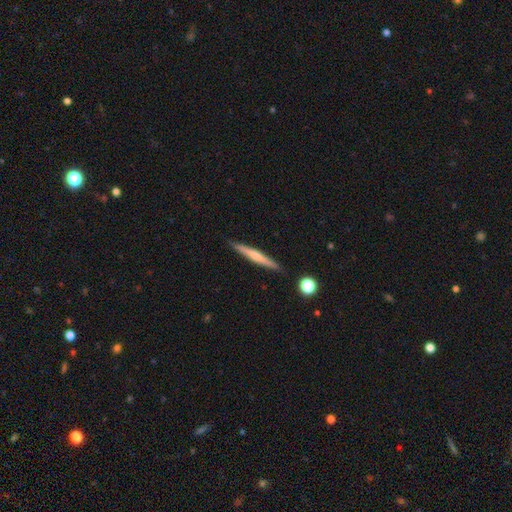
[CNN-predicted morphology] Smooth or featured?
  - featured or disk: 50% *
  - smooth: 44%
  - star or artifact: 6%
Merging?
  - none: 90% *
  - minor disturbance: 7%
  - merger: 2%
  - major disturbance: 1%